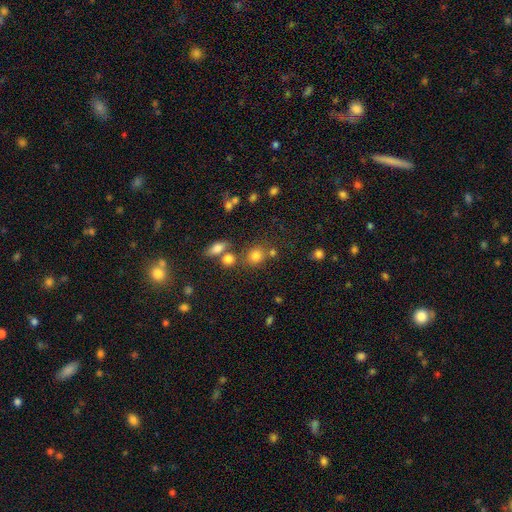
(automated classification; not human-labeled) smooth_or_featured: smooth (p=0.77) [alt: star or artifact p=0.14]
how_rounded: round (p=0.75) [alt: in between p=0.24]
merging: none (p=0.64) [alt: merger p=0.19]